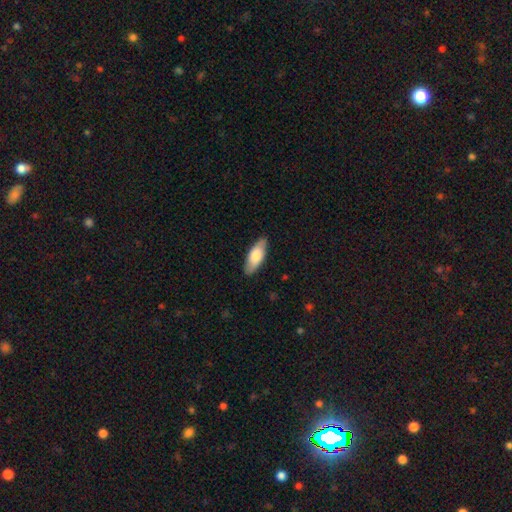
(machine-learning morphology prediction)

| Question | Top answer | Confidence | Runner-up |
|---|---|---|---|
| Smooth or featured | smooth | 71% | featured or disk (24%) |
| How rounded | in between | 76% | cigar-shaped (22%) |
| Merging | none | 86% | minor disturbance (11%) |